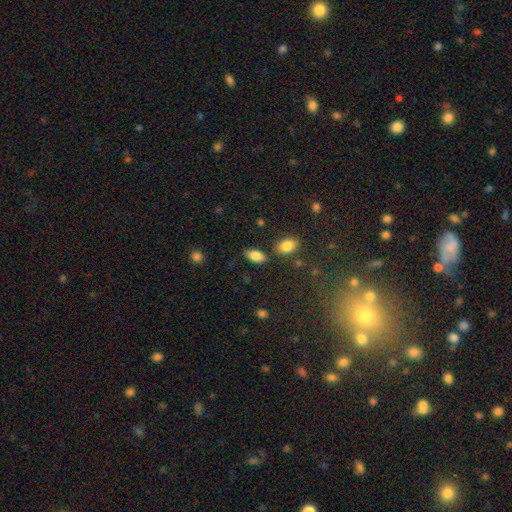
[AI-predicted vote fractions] smooth_or_featured: smooth (p=0.85) [alt: star or artifact p=0.08]
how_rounded: in between (p=0.93) [alt: cigar-shaped p=0.04]
merging: none (p=0.80) [alt: minor disturbance p=0.11]